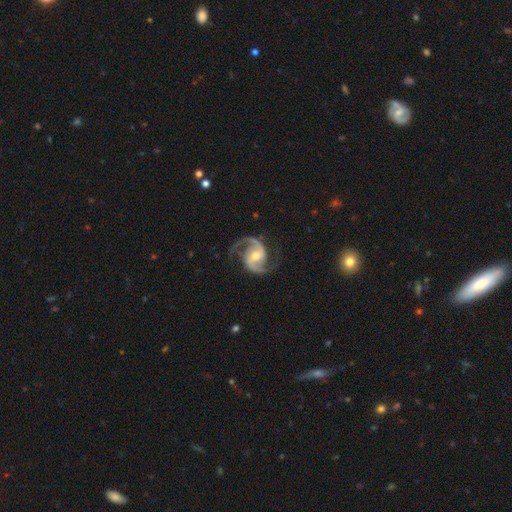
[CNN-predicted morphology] Smooth or featured? featured or disk (93%)
Edge-on disk? no (98%)
Bar? weak (45%)
Spiral arms? yes (98%)
Spiral winding? medium (60%)
Spiral arm count? 2 (94%)
Bulge size? moderate (61%)
Merging? none (80%)